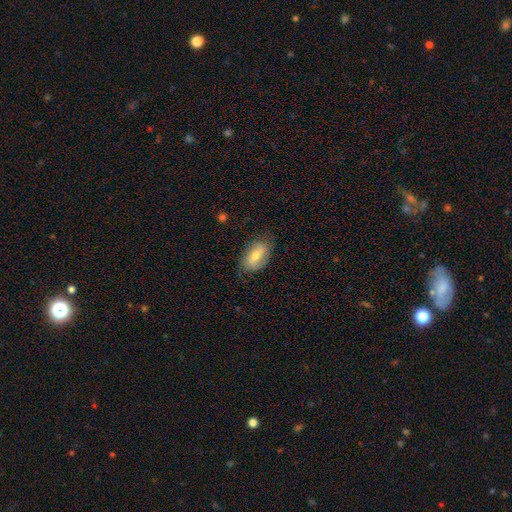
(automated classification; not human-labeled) Smooth or featured?
  - smooth: 51% *
  - featured or disk: 42%
  - star or artifact: 7%
How rounded?
  - in between: 90% *
  - round: 6%
  - cigar-shaped: 4%
Merging?
  - none: 74% *
  - minor disturbance: 19%
  - major disturbance: 5%
  - merger: 1%